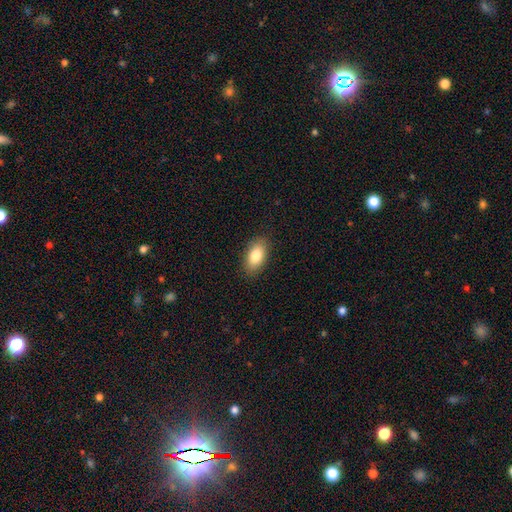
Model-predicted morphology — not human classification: type=smooth (83%); roundness=in between (92%); merging=none (88%).